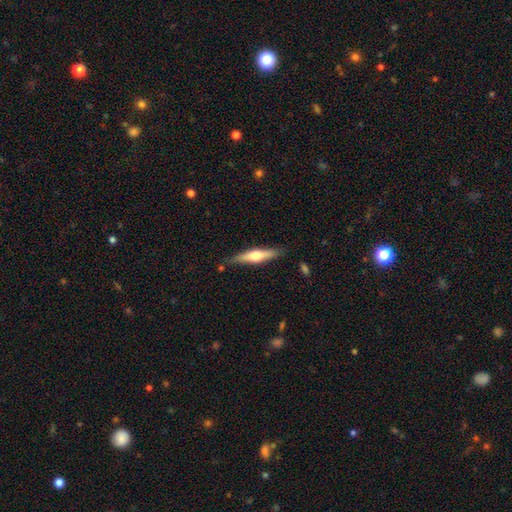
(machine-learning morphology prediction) This appears to be a featured or disk galaxy (51%) viewed edge-on (93%). Merging: none (82%).